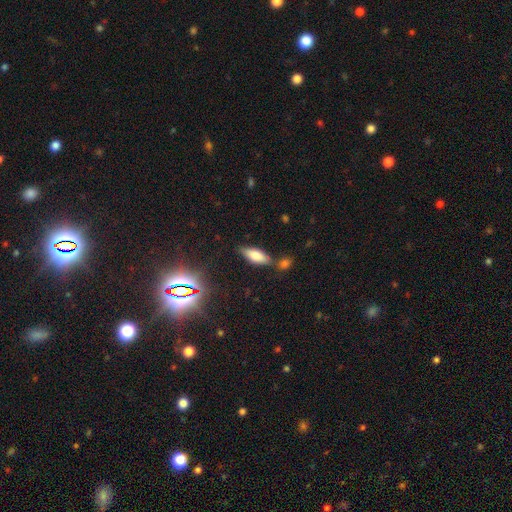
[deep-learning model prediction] The model was most divided on "how rounded": in between: 70%, cigar-shaped: 27%, round: 3%. More confident: merging — none (71%); smooth or featured — smooth (69%).